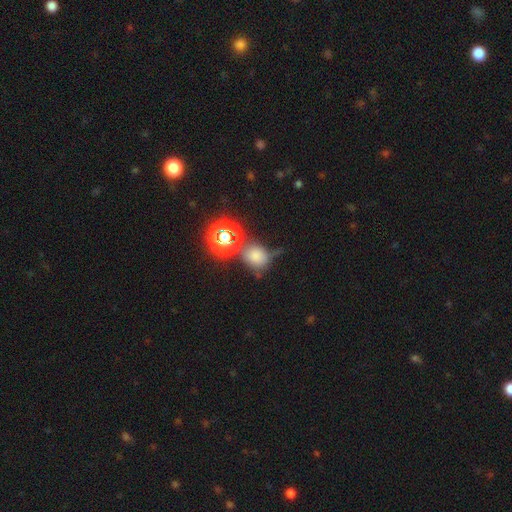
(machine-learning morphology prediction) Smooth or featured?
  - smooth: 63% *
  - star or artifact: 27%
  - featured or disk: 11%
How rounded?
  - round: 60% *
  - in between: 38%
  - cigar-shaped: 2%
Merging?
  - none: 53% *
  - minor disturbance: 22%
  - merger: 15%
  - major disturbance: 11%